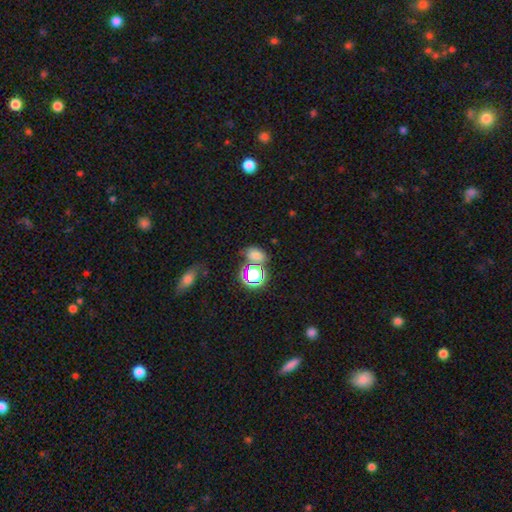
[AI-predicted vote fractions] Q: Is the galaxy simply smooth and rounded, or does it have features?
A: smooth — 61%.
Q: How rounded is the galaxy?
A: in between — 68%.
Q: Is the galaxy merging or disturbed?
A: none — 60%.